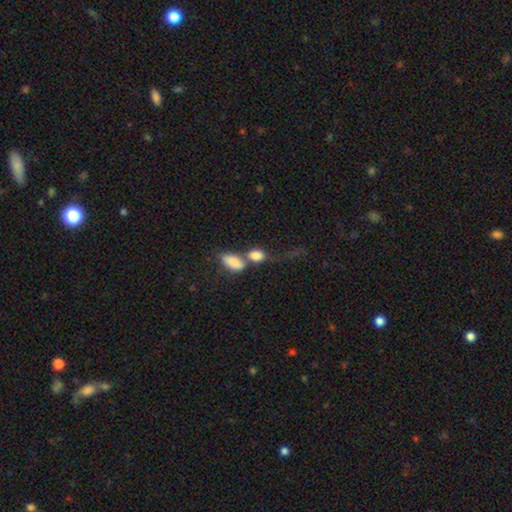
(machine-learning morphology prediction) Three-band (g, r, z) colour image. It shows a smooth galaxy with no disk features (81%) that is in between round and cigar-shaped (82%). Merging: merger (62%).